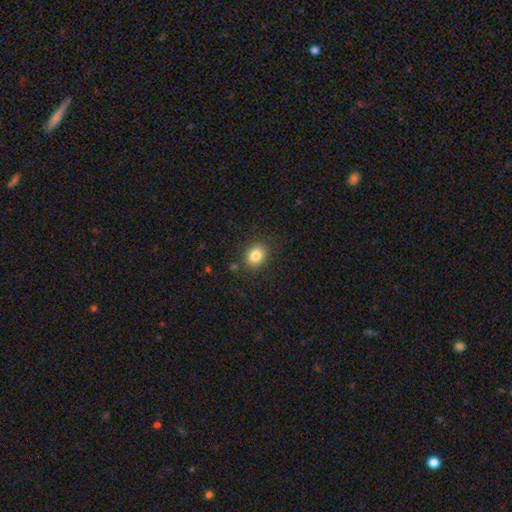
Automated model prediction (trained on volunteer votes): Smooth or featured?
  - smooth: 83% *
  - star or artifact: 10%
  - featured or disk: 6%
How rounded?
  - round: 53% *
  - in between: 46%
  - cigar-shaped: 1%
Merging?
  - none: 85% *
  - minor disturbance: 10%
  - major disturbance: 3%
  - merger: 2%